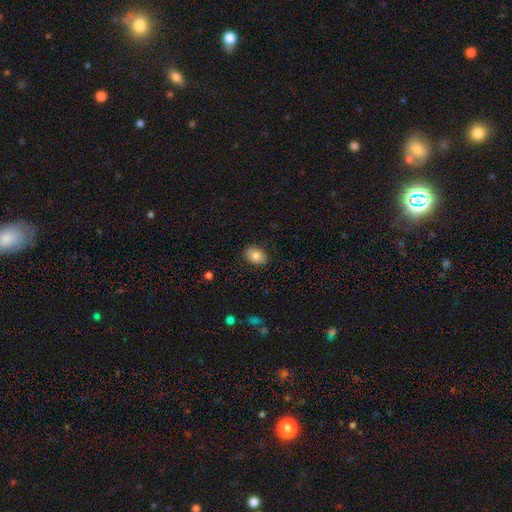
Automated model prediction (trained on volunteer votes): Smooth or featured? smooth (83%)
How rounded? in between (75%)
Merging? none (85%)